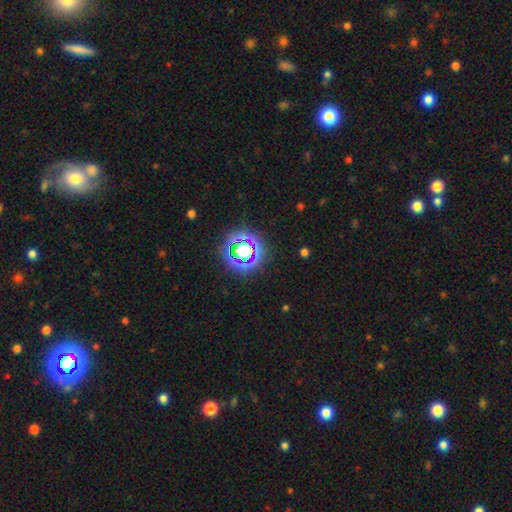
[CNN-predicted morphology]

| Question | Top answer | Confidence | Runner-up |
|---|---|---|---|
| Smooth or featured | star or artifact | 77% | smooth (15%) |